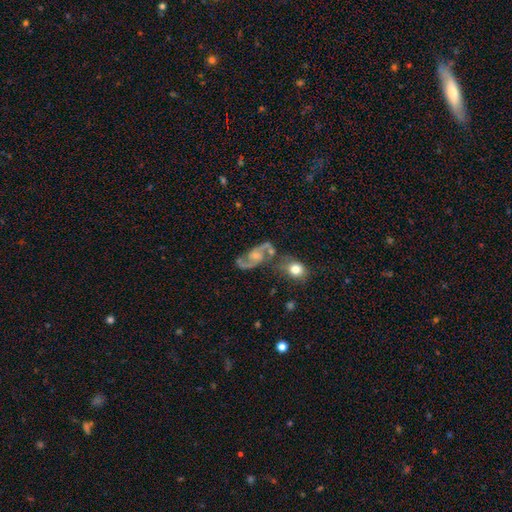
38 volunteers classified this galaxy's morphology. Smooth or featured? featured or disk (87%)
Edge-on disk? no (97%)
Bar? weak (44%, tied with no)
Spiral arms? yes (97%)
Spiral winding? loose (71%)
Spiral arm count? 2 (100%)
Bulge size? small (44%)
Merging? none (66%)